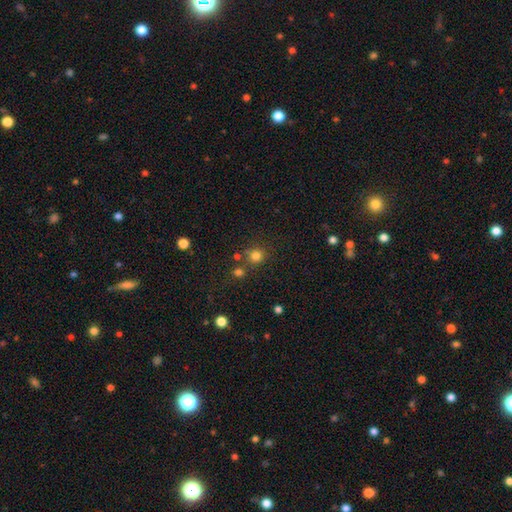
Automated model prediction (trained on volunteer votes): A smooth galaxy with no disk features (78%) that is round (90%). Merging: none (72%).